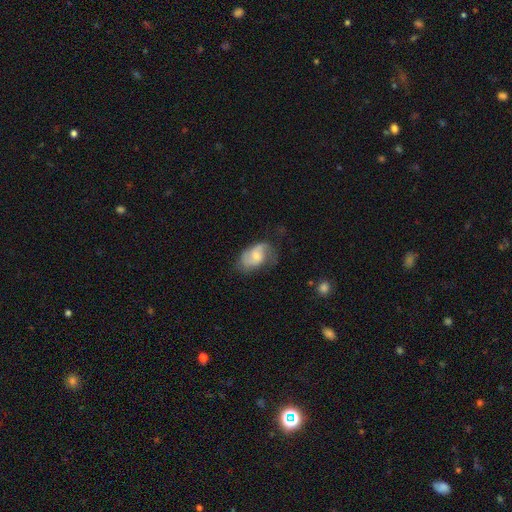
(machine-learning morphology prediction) Smooth or featured? Predicted: smooth (p=0.47). Merging? Predicted: none (p=0.50).